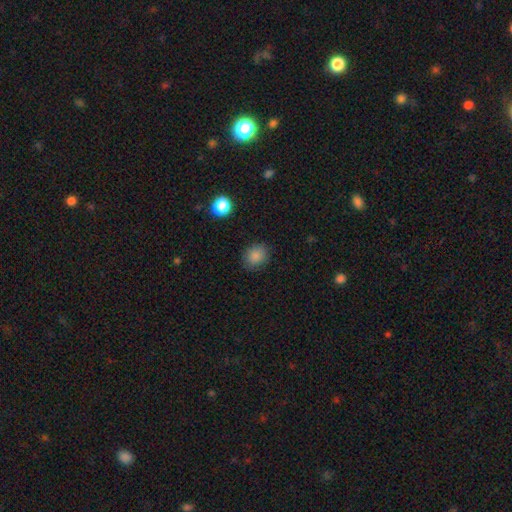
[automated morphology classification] A smooth galaxy with no disk features (86%) that is round (62%). Merging: none (85%).